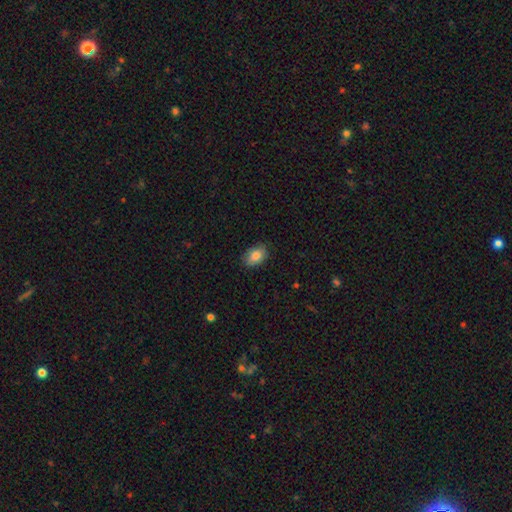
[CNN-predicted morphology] Smooth or featured? Predicted: smooth (p=0.85). How rounded? Predicted: in between (p=0.85). Merging? Predicted: none (p=0.84).